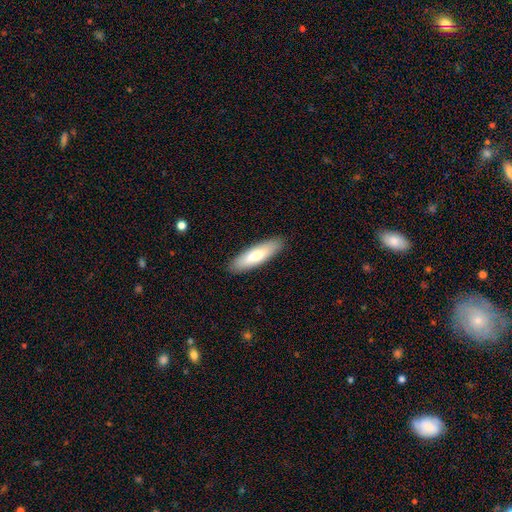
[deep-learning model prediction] Morphology: type=smooth (74%); roundness=cigar-shaped (52%); merging=none (89%).